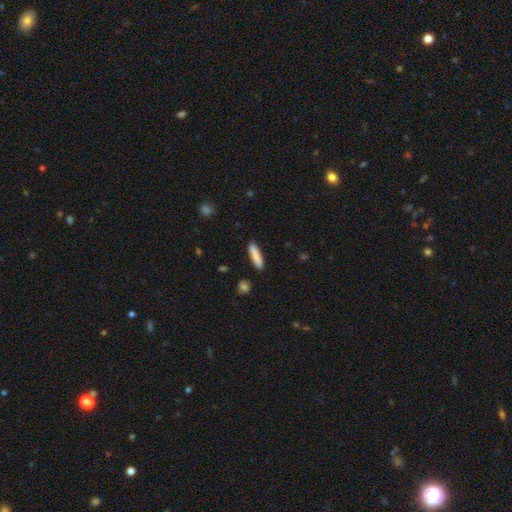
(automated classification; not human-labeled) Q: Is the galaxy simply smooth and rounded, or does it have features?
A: smooth — 86%.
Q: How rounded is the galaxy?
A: cigar-shaped — 84%.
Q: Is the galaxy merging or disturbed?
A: none — 90%.